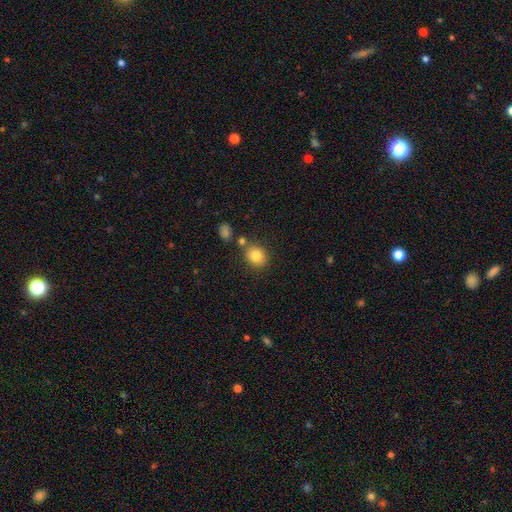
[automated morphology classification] A smooth galaxy with no disk features (83%) that is round (67%).

Vote fractions:
- Smooth or featured? smooth: 83% / star or artifact: 10% / featured or disk: 7%
- How rounded? round: 67% / in between: 32% / cigar-shaped: 1%
- Merging? none: 74% / merger: 12% / minor disturbance: 11% / major disturbance: 3%